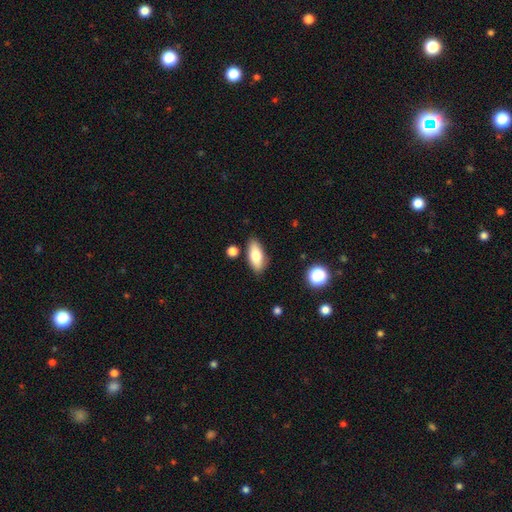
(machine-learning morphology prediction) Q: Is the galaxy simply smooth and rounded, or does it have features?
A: smooth — 76%.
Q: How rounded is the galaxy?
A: in between — 79%.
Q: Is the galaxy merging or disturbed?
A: none — 84%.